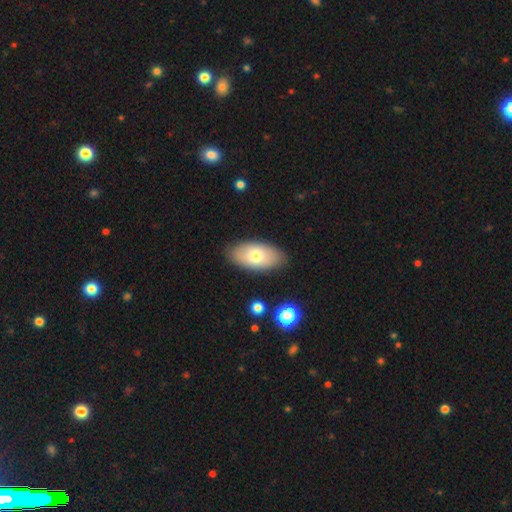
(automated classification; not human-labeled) Smooth or featured: smooth — 70% (featured or disk — 24%)
How rounded: in between — 94% (round — 3%)
Merging: none — 84% (minor disturbance — 12%)